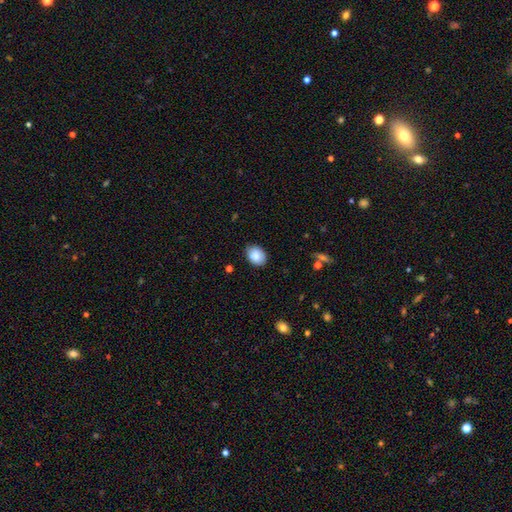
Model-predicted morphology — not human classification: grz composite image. It shows a smooth galaxy with no disk features (86%) that is in between round and cigar-shaped (68%). Merging: none (83%).